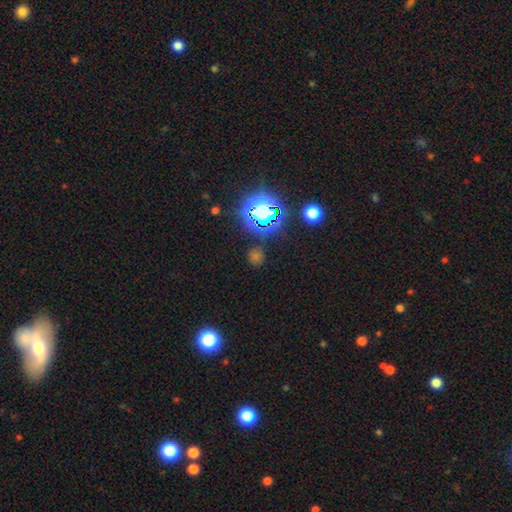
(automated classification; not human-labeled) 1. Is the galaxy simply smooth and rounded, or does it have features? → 54% star or artifact, 38% smooth, 8% featured or disk.